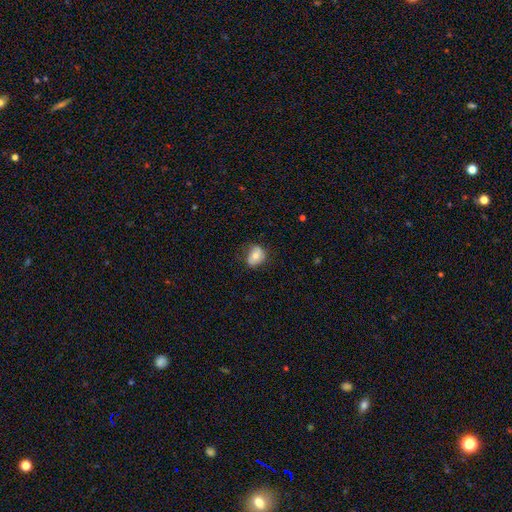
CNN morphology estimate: Smooth or featured? smooth (66%)
How rounded? in between (57%)
Merging? none (67%)